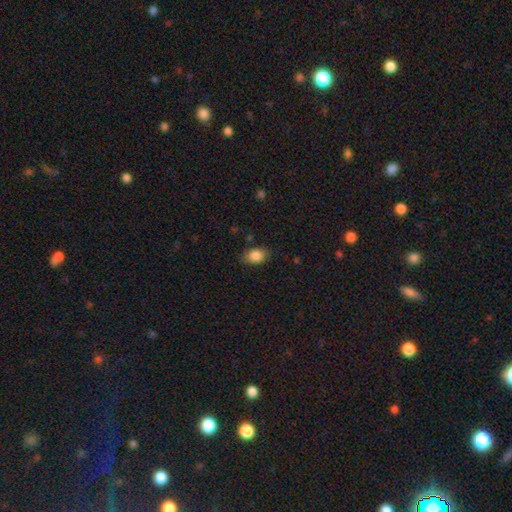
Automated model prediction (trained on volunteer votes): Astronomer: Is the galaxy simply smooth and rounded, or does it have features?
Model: smooth — 85%.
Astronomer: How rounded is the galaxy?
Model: in between — 82%.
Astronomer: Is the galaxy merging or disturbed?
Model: none — 80%.